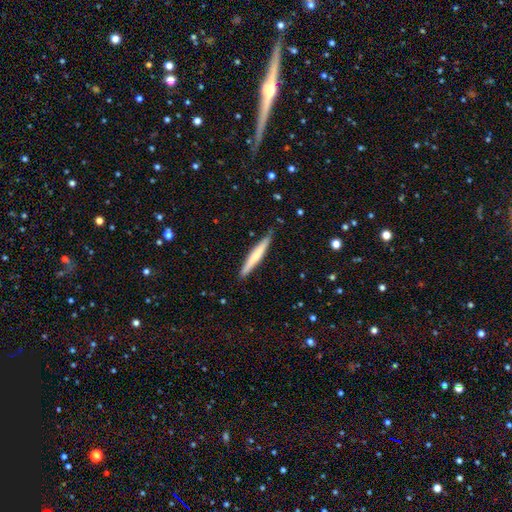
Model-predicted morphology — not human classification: type=smooth (55%); roundness=cigar-shaped (95%); merging=none (87%).